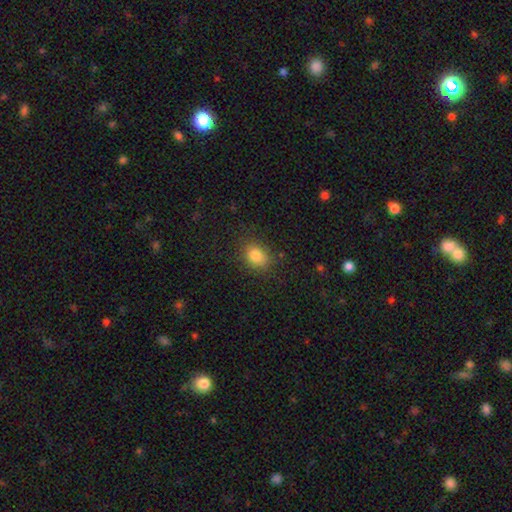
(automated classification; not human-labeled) Overall: smooth (83%). How rounded: in between (59%; round 40%). Merging: none (82%).